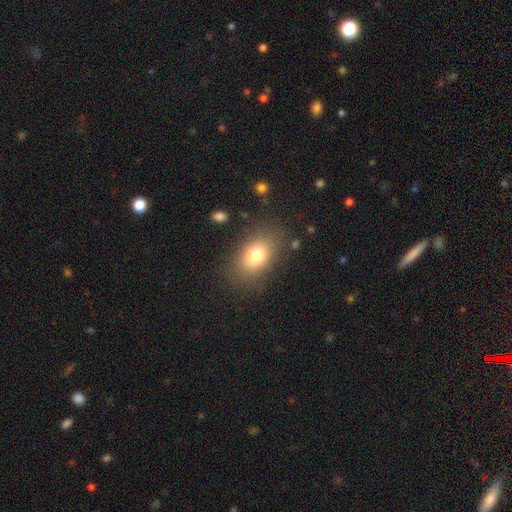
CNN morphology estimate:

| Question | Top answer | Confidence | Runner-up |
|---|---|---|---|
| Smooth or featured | smooth | 78% | featured or disk (13%) |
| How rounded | in between | 85% | round (13%) |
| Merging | none | 82% | minor disturbance (12%) |